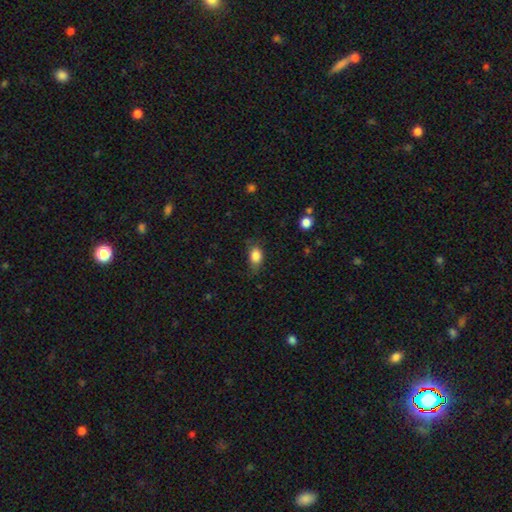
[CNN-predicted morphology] smooth-or-featured: smooth: 84% | star or artifact: 9% | featured or disk: 7%
  how-rounded: in between: 83% | round: 14% | cigar-shaped: 3%
  merging: none: 64% | minor disturbance: 27% | major disturbance: 7% | merger: 2%